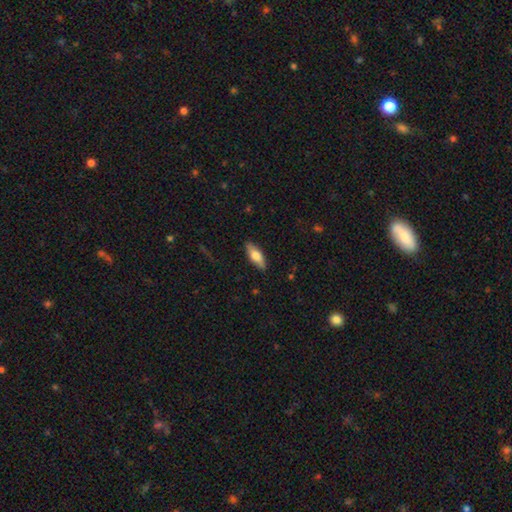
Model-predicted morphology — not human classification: Overall: smooth (68%). How rounded: in between (66%; cigar-shaped 31%). Merging: none (88%).